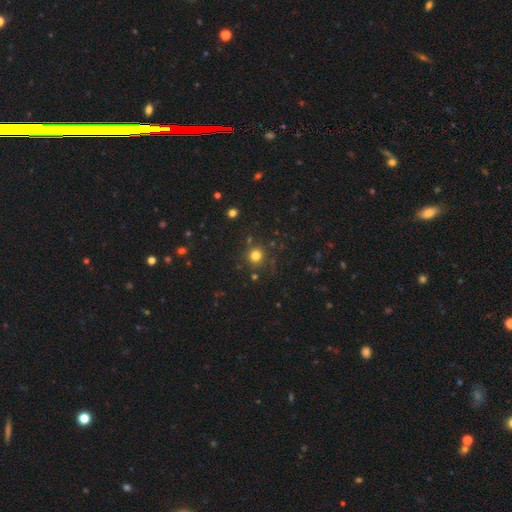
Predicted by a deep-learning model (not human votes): Overall: smooth (78%). How rounded: round (92%). Merging: none (83%).